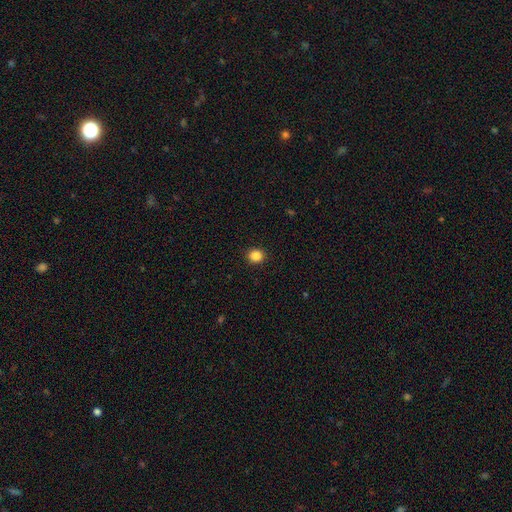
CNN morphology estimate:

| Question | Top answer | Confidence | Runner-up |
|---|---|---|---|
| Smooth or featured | smooth | 87% | star or artifact (10%) |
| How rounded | round | 85% | in between (14%) |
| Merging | none | 92% | minor disturbance (5%) |